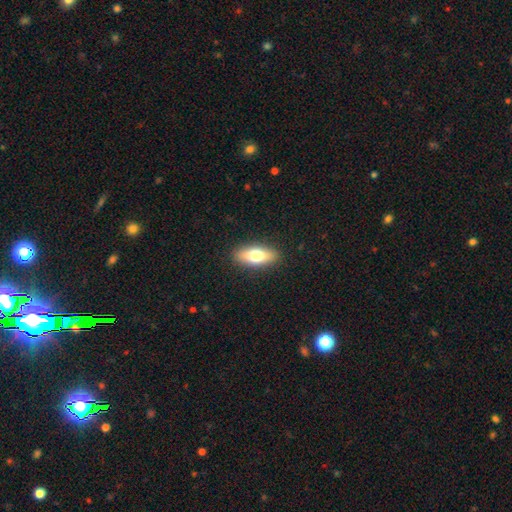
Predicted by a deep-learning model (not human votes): Morphology: type=smooth (71%); roundness=in between (76%); merging=none (89%).